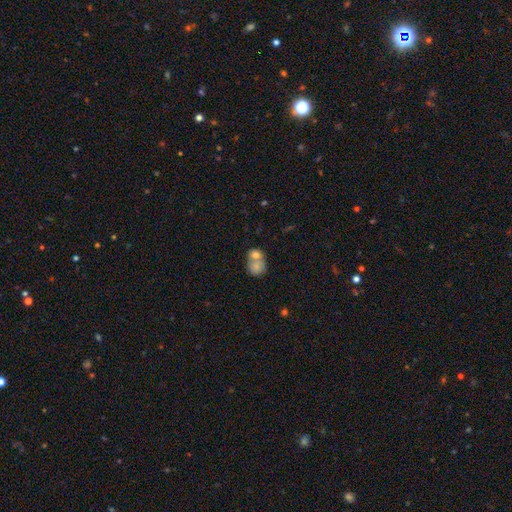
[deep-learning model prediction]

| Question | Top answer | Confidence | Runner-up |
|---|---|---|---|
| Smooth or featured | smooth | 73% | featured or disk (19%) |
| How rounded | round | 55% | in between (44%) |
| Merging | merger | 65% | none (23%) |